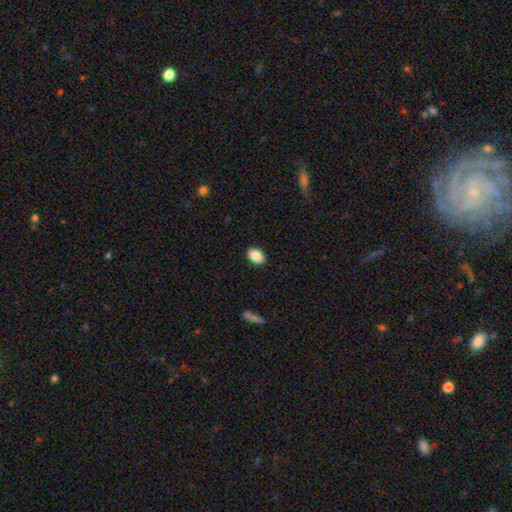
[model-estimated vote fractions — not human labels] Morphology: type=smooth (86%); roundness=in between (84%); merging=none (88%).